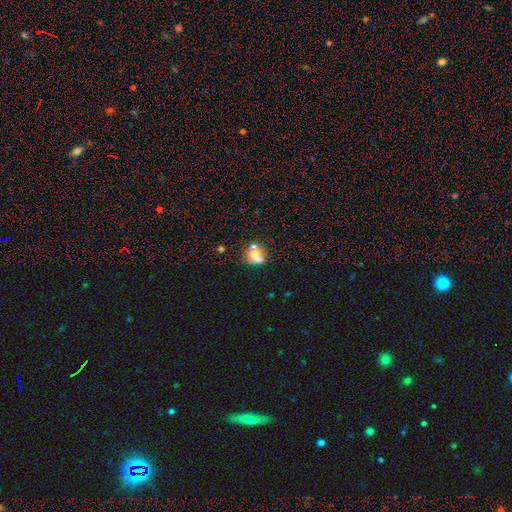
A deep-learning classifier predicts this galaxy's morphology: This is possibly a smooth galaxy (59%). How rounded: likely round (67%). Merging: marginally none (44%).